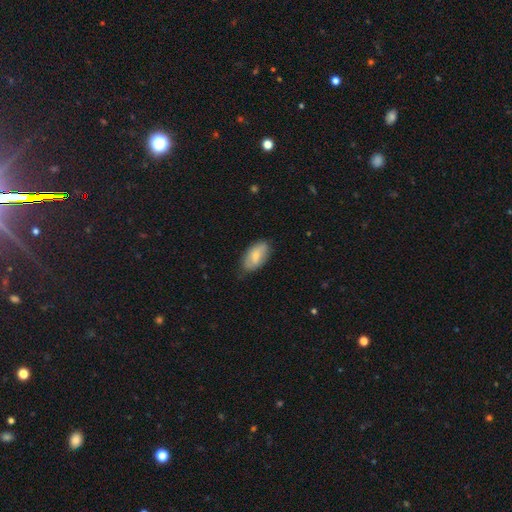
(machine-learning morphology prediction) smooth 68%, featured or disk 26%, star or artifact 6%. Down the decision tree: how rounded — in between (93%); merging — none (74%).